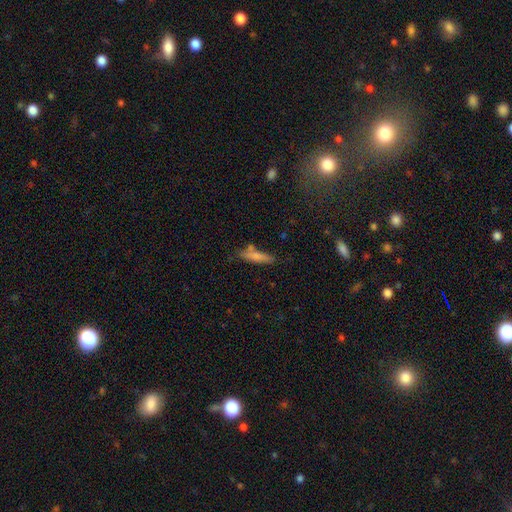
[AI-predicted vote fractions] This appears to be a smooth galaxy with no disk features (77%) that is cigar-shaped (76%). Merging: none (69%).